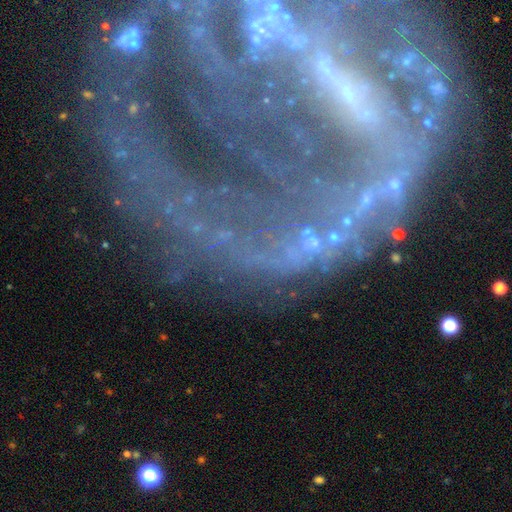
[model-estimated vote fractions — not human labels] Smooth or featured?
  - featured or disk: 54% *
  - star or artifact: 34%
  - smooth: 13%
Edge-on disk?
  - no: 84% *
  - yes: 16%
Merging?
  - none: 54% *
  - major disturbance: 20%
  - minor disturbance: 17%
  - merger: 10%